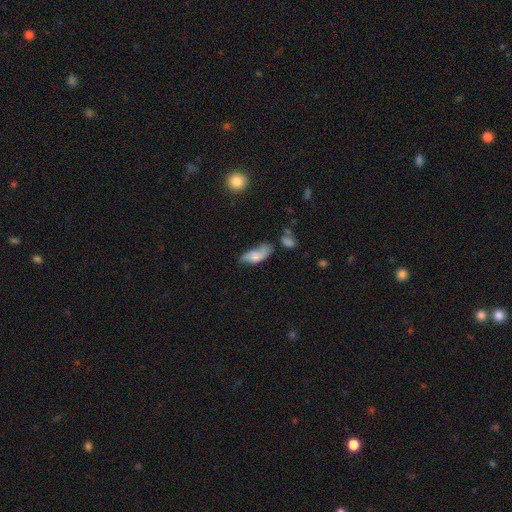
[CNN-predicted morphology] Overall: smooth (65%; featured or disk 26%). How rounded: in between (79%). Merging: none (35%; minor disturbance 32%).